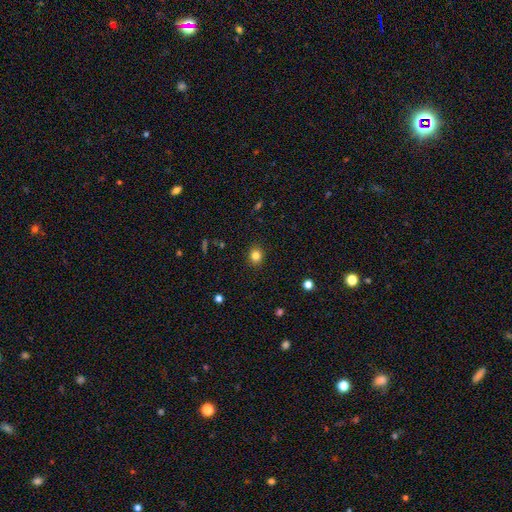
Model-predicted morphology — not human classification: Smooth or featured?
  - smooth: 82% *
  - star or artifact: 12%
  - featured or disk: 6%
How rounded?
  - round: 78% *
  - in between: 21%
  - cigar-shaped: 1%
Merging?
  - none: 90% *
  - minor disturbance: 7%
  - major disturbance: 2%
  - merger: 1%